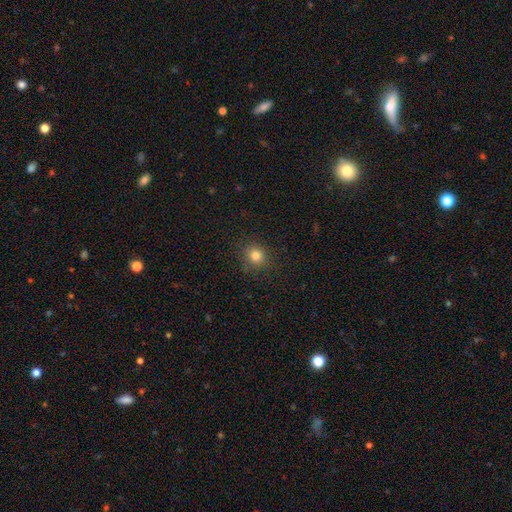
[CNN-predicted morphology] The model was most divided on "smooth or featured": smooth: 81%, star or artifact: 13%, featured or disk: 6%. More confident: merging — none (88%); how rounded — round (84%).